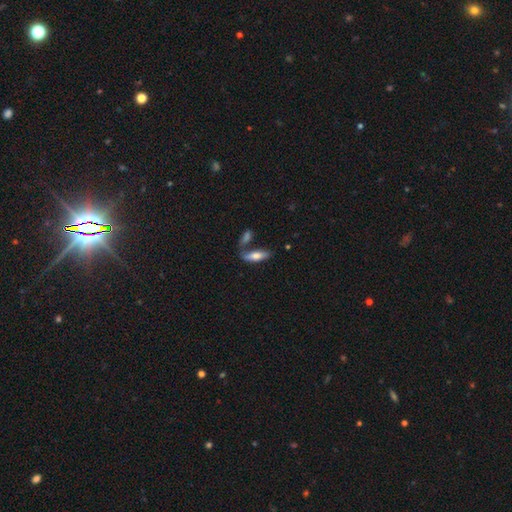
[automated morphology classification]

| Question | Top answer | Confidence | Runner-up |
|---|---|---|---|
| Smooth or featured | smooth | 66% | featured or disk (28%) |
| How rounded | in between | 50% | cigar-shaped (48%) |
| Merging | none | 56% | merger (24%) |